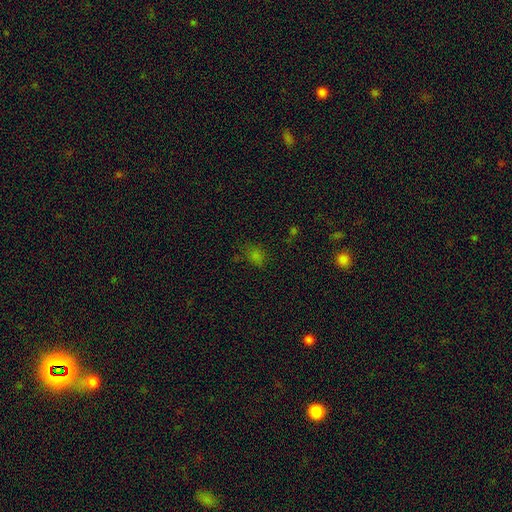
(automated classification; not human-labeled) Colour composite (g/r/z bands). It shows a smooth galaxy with no disk features (62%) that is in between round and cigar-shaped (54%). Merging: none (73%).